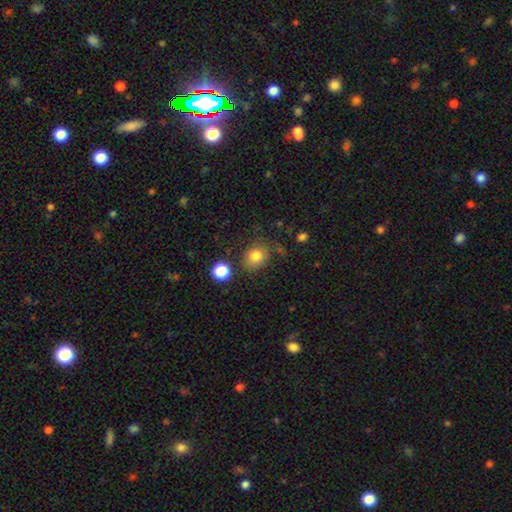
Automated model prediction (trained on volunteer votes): Smooth or featured: smooth — 80% (star or artifact — 12%)
How rounded: round — 74% (in between — 25%)
Merging: none — 74% (minor disturbance — 15%)